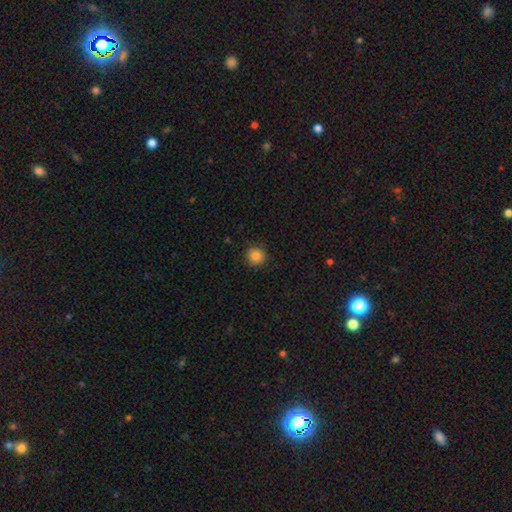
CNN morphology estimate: A smooth galaxy with no disk features (85%) that is round (94%). Merging: none (90%).